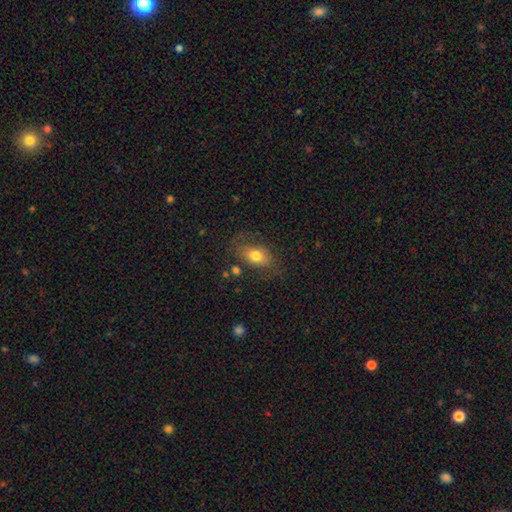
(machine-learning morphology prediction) Overall: smooth (73%). How rounded: in between (85%). Merging: none (66%).